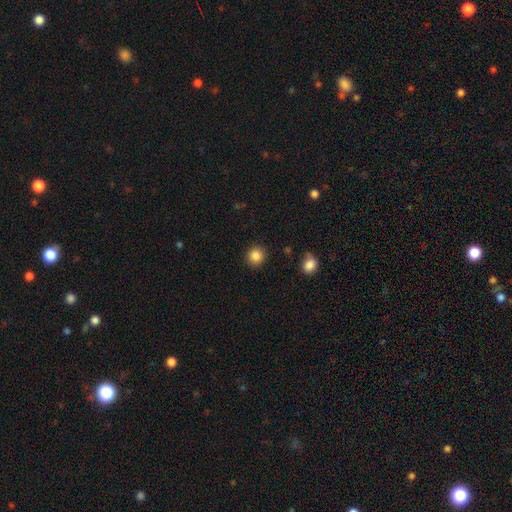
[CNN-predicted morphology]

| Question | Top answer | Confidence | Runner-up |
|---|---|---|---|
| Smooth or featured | smooth | 86% | star or artifact (10%) |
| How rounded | round | 91% | in between (8%) |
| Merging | none | 90% | minor disturbance (6%) |